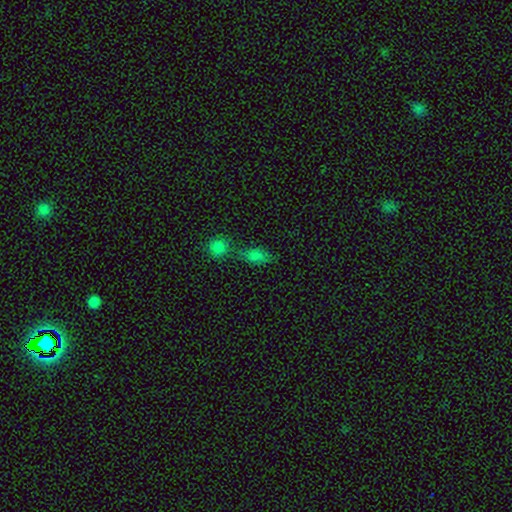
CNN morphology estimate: Smooth or featured?
  - smooth: 73% *
  - star or artifact: 19%
  - featured or disk: 7%
How rounded?
  - in between: 81% *
  - round: 10%
  - cigar-shaped: 9%
Merging?
  - none: 56% *
  - merger: 23%
  - minor disturbance: 15%
  - major disturbance: 6%